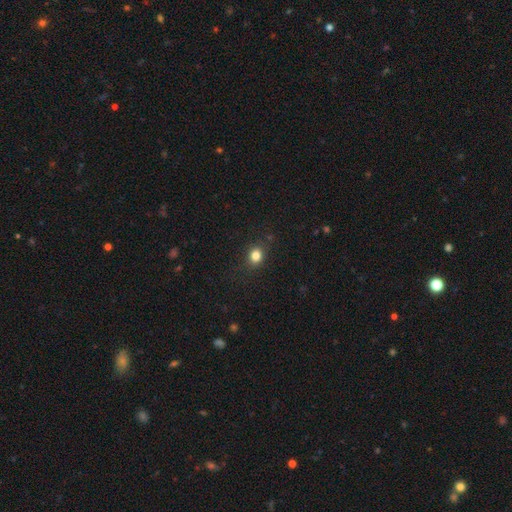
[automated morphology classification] Smooth or featured: smooth — 82% (star or artifact — 12%)
How rounded: round — 66% (in between — 33%)
Merging: none — 85% (minor disturbance — 10%)